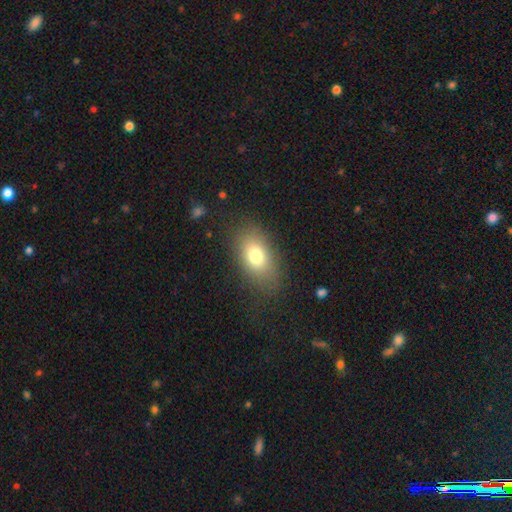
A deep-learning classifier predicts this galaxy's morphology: The model was most divided on "smooth or featured": smooth: 76%, featured or disk: 13%, star or artifact: 10%. More confident: how rounded — in between (86%); merging — none (78%).